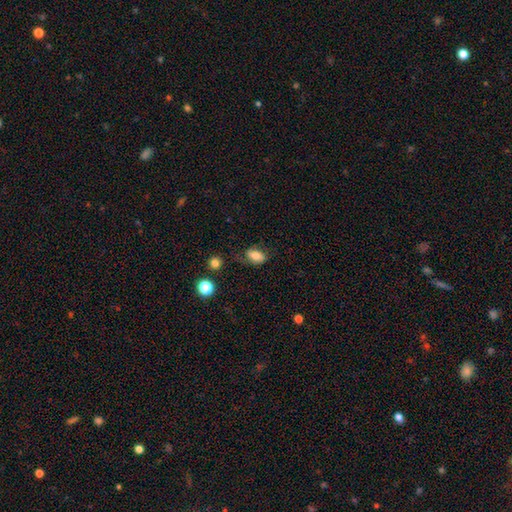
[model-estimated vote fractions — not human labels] A smooth galaxy with no disk features (70%) that is in between round and cigar-shaped (84%). Merging: none (61%).